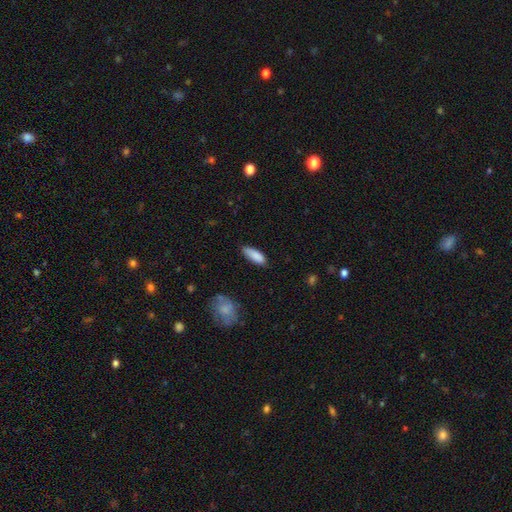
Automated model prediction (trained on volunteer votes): smooth_or_featured: smooth (p=0.87) [alt: featured or disk p=0.06]
how_rounded: in between (p=0.68) [alt: cigar-shaped p=0.30]
merging: none (p=0.76) [alt: minor disturbance p=0.19]